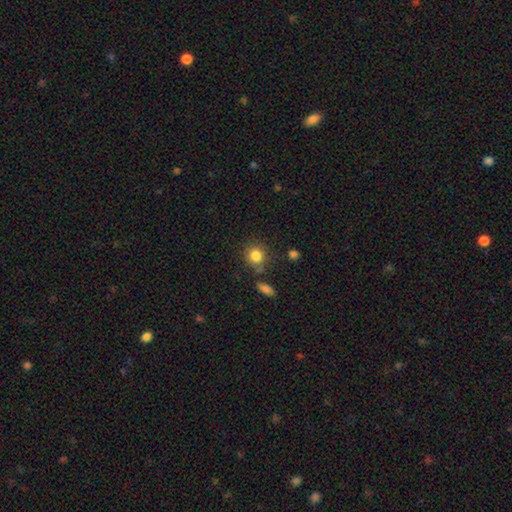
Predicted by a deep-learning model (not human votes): smooth_or_featured: smooth (p=0.83) [alt: star or artifact p=0.10]
how_rounded: round (p=0.86) [alt: in between p=0.12]
merging: none (p=0.74) [alt: minor disturbance p=0.13]